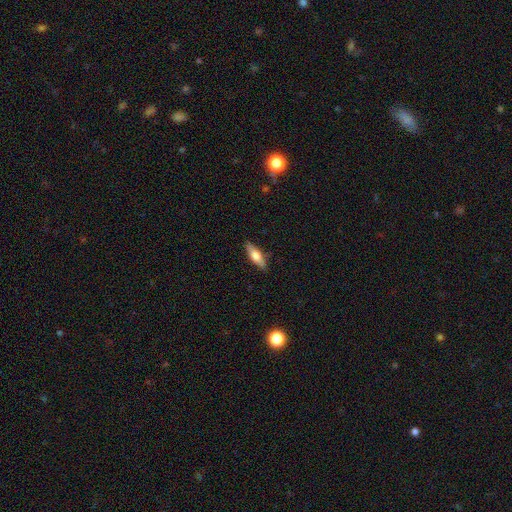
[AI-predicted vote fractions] A smooth galaxy with no disk features (58%) that is in between round and cigar-shaped (51%). Merging: none (85%).